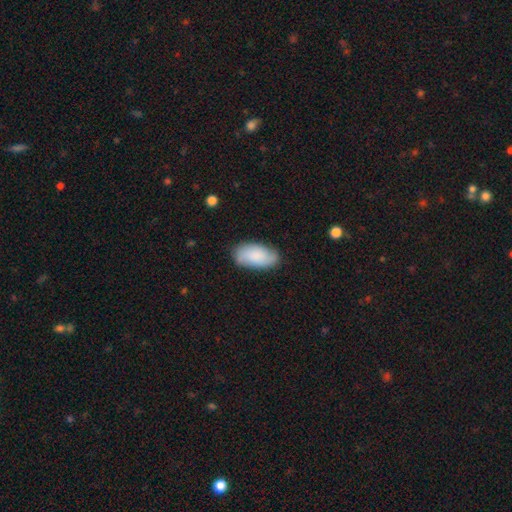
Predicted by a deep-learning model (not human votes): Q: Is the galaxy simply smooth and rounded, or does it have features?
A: smooth — 79%.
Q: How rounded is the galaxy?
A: in between — 94%.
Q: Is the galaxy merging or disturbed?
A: none — 80%.